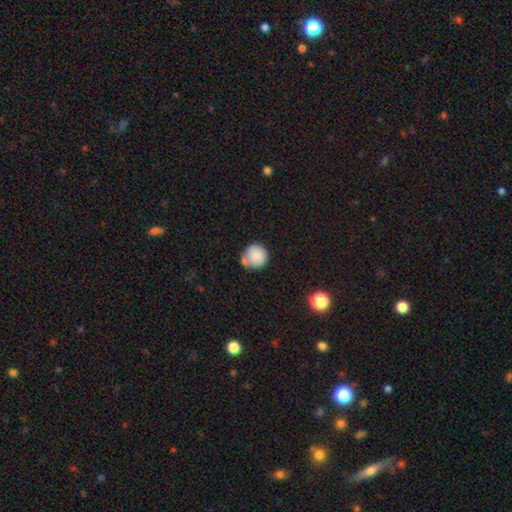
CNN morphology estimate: type=smooth (85%); roundness=round (93%); merging=none (59%).